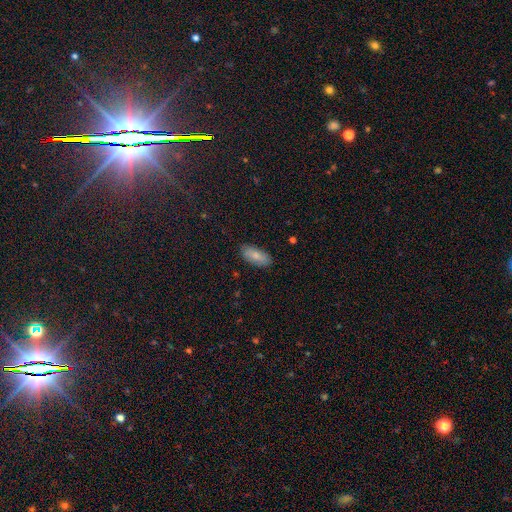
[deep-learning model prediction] This appears to be a smooth galaxy with no disk features (82%) that is in between round and cigar-shaped (86%). Merging: none (87%).